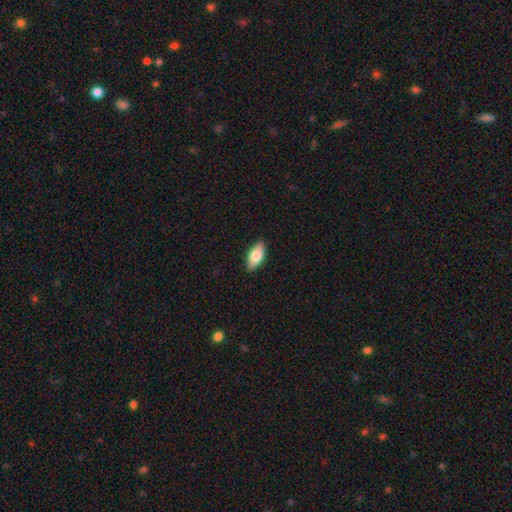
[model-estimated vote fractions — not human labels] Morphology: type=smooth (75%); roundness=in between (90%); merging=none (89%).